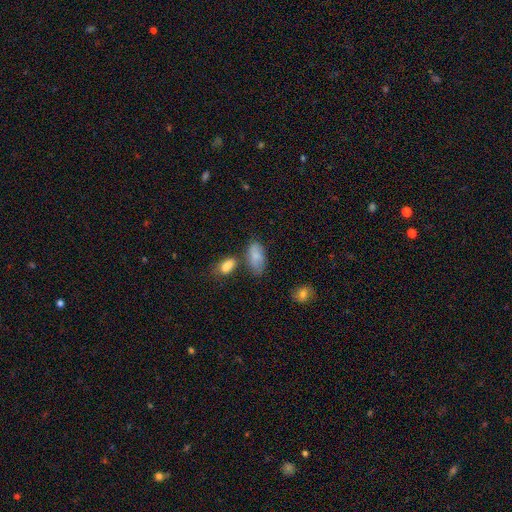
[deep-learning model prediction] smooth_or_featured: smooth (p=0.78) [alt: featured or disk p=0.14]
how_rounded: in between (p=0.93) [alt: round p=0.04]
merging: none (p=0.55) [alt: minor disturbance p=0.23]